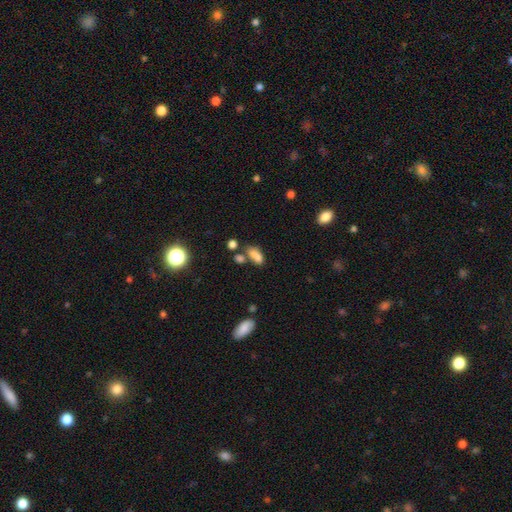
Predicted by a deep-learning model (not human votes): smooth-or-featured: smooth: 73% | star or artifact: 14% | featured or disk: 13%
  how-rounded: in between: 83% | round: 8% | cigar-shaped: 8%
  merging: merger: 39% | none: 37% | minor disturbance: 16% | major disturbance: 9%